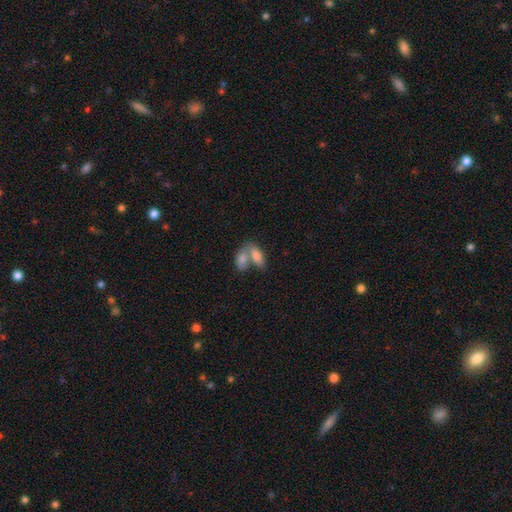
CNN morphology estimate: A smooth galaxy with no disk features (78%) that is in between round and cigar-shaped (86%).

Vote fractions:
- Smooth or featured? smooth: 78% / featured or disk: 15% / star or artifact: 7%
- How rounded? in between: 86% / cigar-shaped: 8% / round: 5%
- Merging? merger: 66% / none: 23% / minor disturbance: 7% / major disturbance: 4%